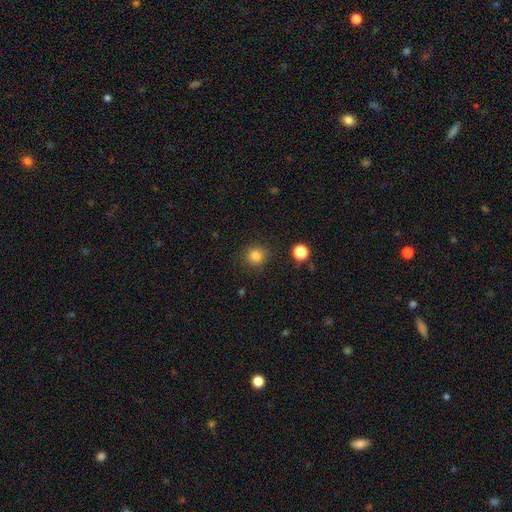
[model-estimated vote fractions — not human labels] smooth-or-featured: smooth: 83% | star or artifact: 12% | featured or disk: 4%
  how-rounded: round: 87% | in between: 12% | cigar-shaped: 1%
  merging: none: 86% | minor disturbance: 8% | major disturbance: 3% | merger: 2%